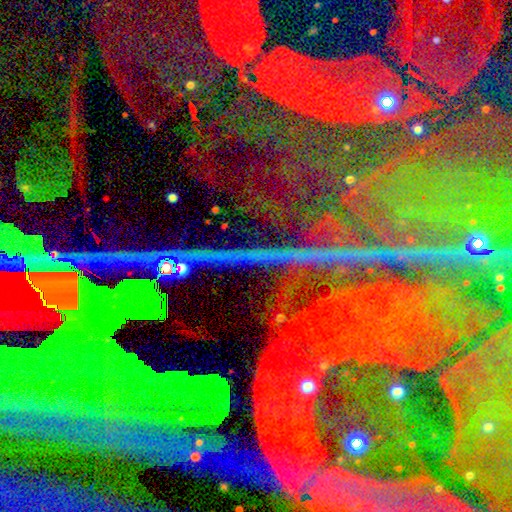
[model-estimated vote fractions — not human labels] The model was most divided on "smooth or featured": star or artifact: 87%, featured or disk: 8%, smooth: 6%.